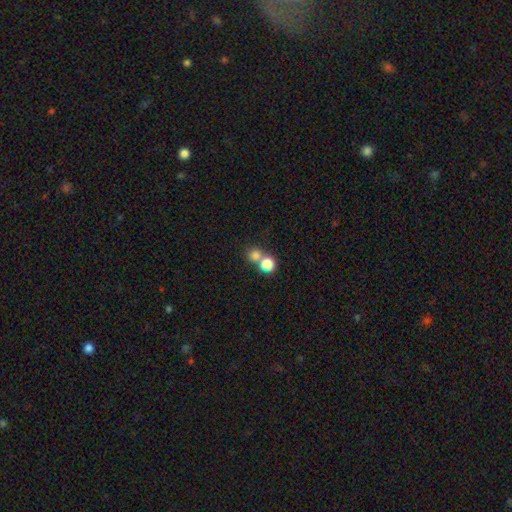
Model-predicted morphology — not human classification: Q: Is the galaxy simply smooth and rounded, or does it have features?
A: smooth — 79%.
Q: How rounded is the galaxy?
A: round — 84%.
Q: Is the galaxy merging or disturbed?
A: merger — 51%.